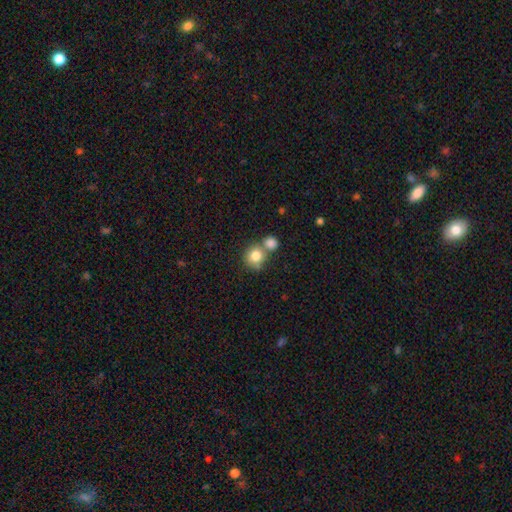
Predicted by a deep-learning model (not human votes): This is clearly a smooth galaxy (81%). How rounded: clearly round (87%). Merging: possibly none (50%).